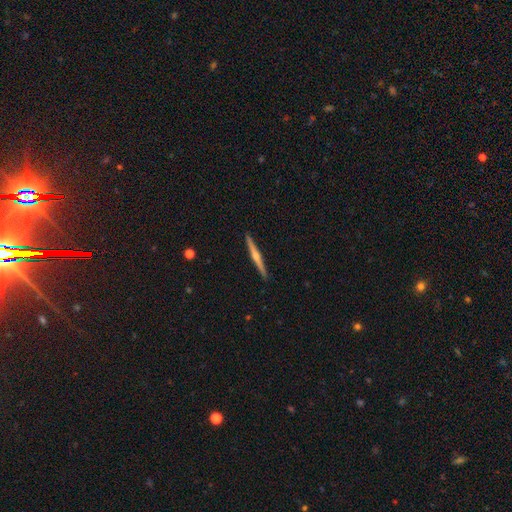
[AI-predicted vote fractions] Overall: featured or disk (75%). Edge-on disk: yes (98%). Edge-on bulge: rounded (86%). Merging: none (93%).